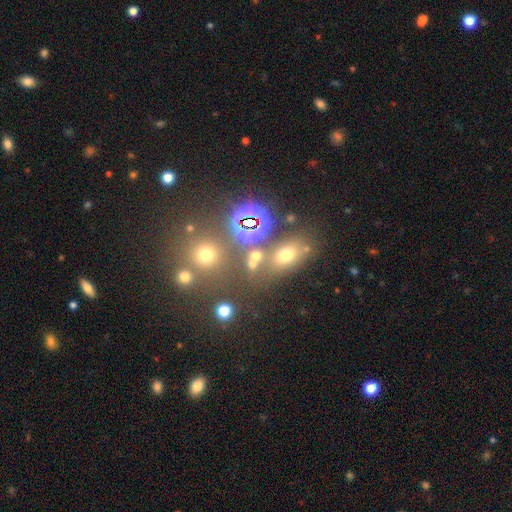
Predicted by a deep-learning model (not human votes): Smooth or featured? Predicted: smooth (p=0.52). How rounded? Predicted: round (p=0.52). Merging? Predicted: none (p=0.60).